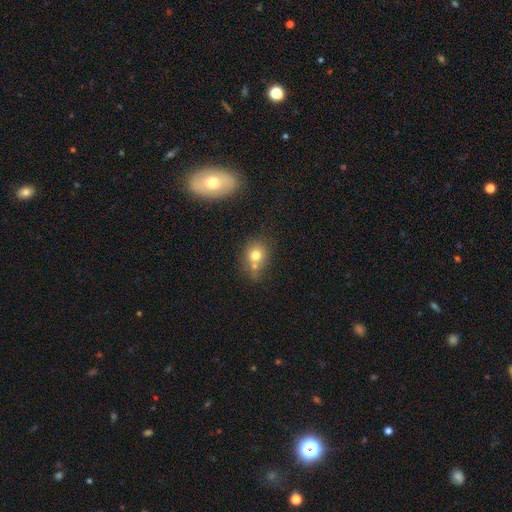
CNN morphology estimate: Overall: smooth (73%). How rounded: round (67%; in between 32%). Merging: none (43%; merger 38%).